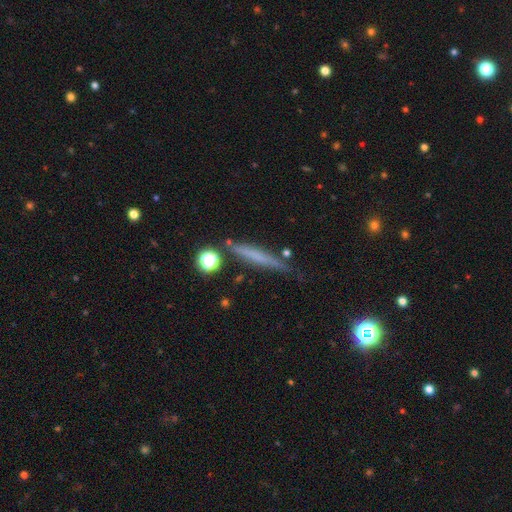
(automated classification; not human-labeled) Overall: smooth (52%; featured or disk 38%). How rounded: cigar-shaped (92%). Merging: none (79%).